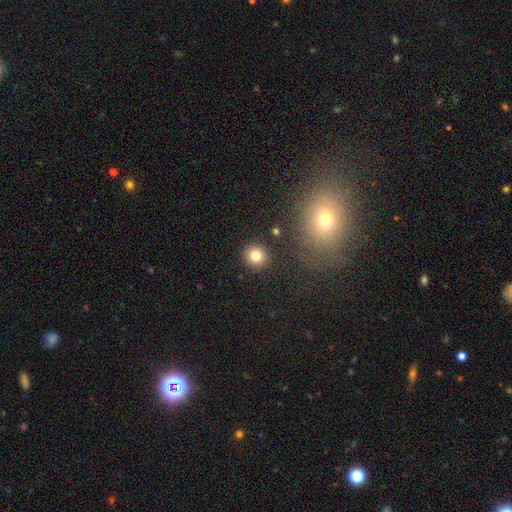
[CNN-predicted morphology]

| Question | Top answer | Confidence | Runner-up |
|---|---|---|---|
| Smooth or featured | smooth | 82% | star or artifact (11%) |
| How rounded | round | 91% | in between (8%) |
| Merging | none | 89% | minor disturbance (6%) |